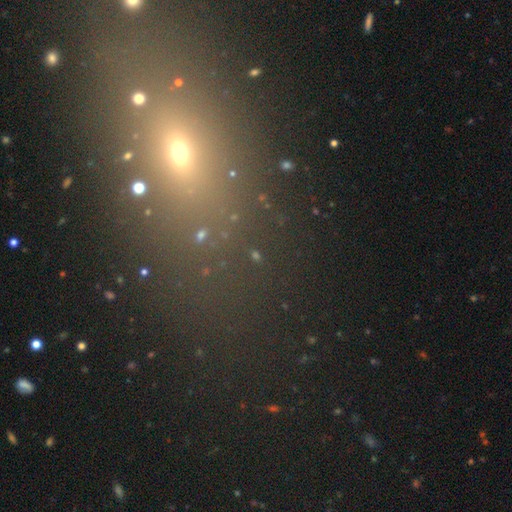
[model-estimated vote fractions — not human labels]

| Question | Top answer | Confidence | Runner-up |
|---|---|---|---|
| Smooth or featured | star or artifact | 59% | smooth (29%) |